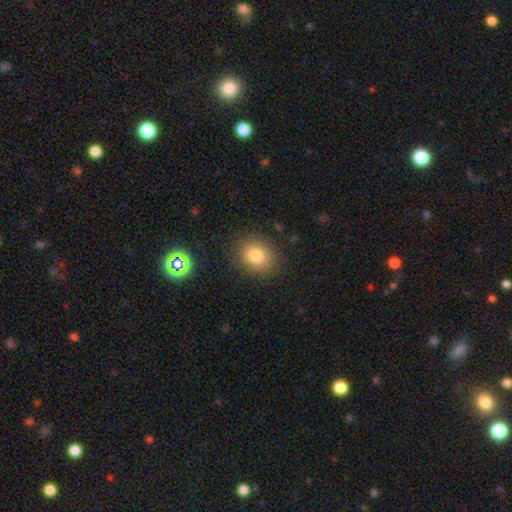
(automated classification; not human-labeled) Smooth or featured? Predicted: smooth (p=0.80). How rounded? Predicted: round (p=0.68). Merging? Predicted: none (p=0.86).